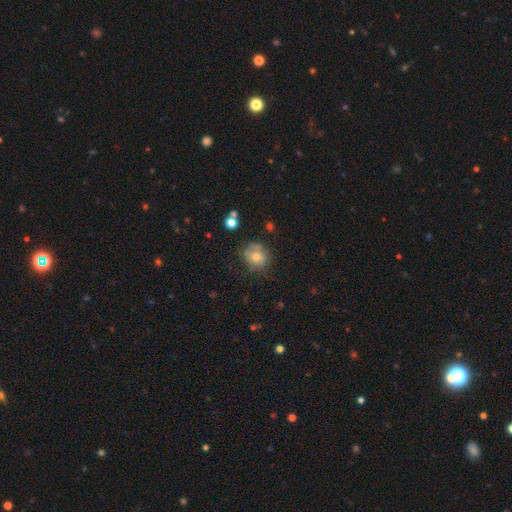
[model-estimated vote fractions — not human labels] smooth-or-featured: smooth: 63% | featured or disk: 23% | star or artifact: 14%
  how-rounded: round: 77% | in between: 22% | cigar-shaped: 1%
  merging: none: 64% | minor disturbance: 23% | major disturbance: 8% | merger: 5%